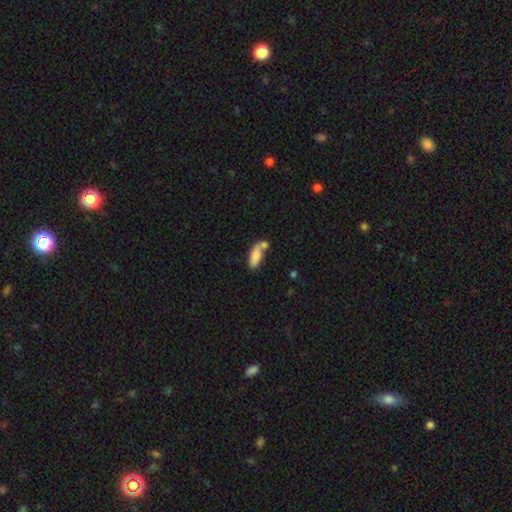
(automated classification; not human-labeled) Smooth or featured? Predicted: smooth (p=0.79). How rounded? Predicted: in between (p=0.72). Merging? Predicted: none (p=0.41).